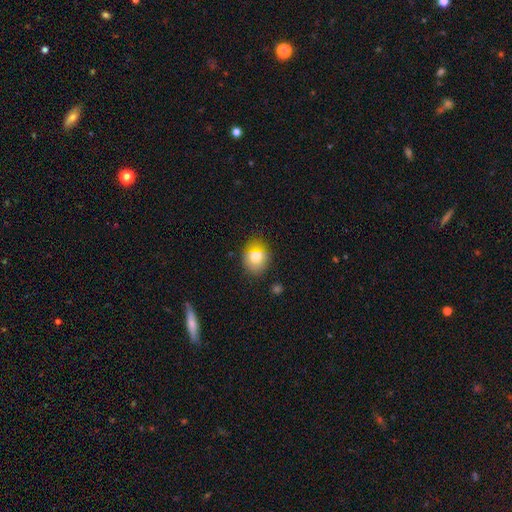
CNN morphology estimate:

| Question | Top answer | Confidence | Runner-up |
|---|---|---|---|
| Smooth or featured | smooth | 75% | featured or disk (14%) |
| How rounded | round | 58% | in between (41%) |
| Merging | none | 72% | minor disturbance (18%) |